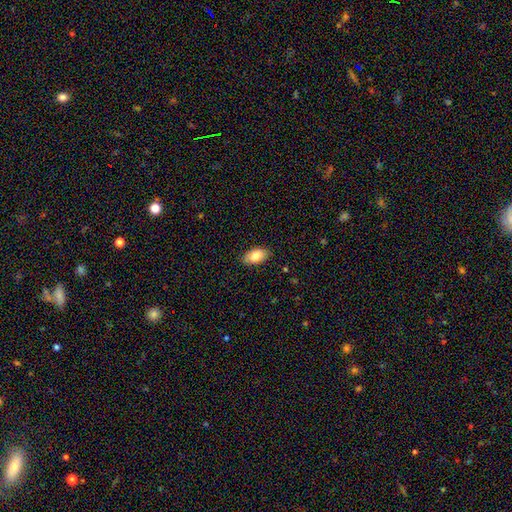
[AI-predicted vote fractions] smooth_or_featured: smooth (p=0.80) [alt: featured or disk p=0.13]
how_rounded: in between (p=0.92) [alt: round p=0.06]
merging: none (p=0.85) [alt: minor disturbance p=0.12]